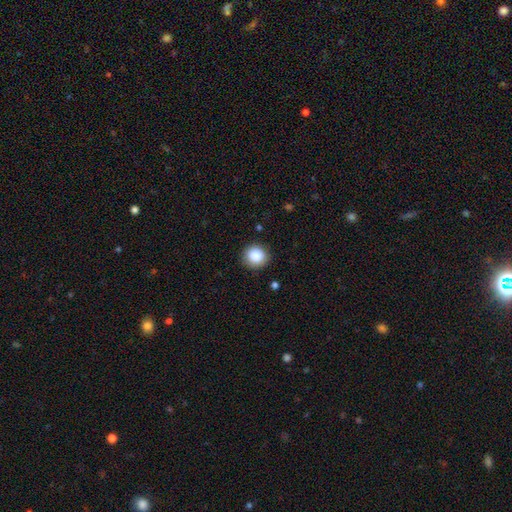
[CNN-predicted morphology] Overall: smooth (87%). How rounded: round (91%). Merging: none (89%).